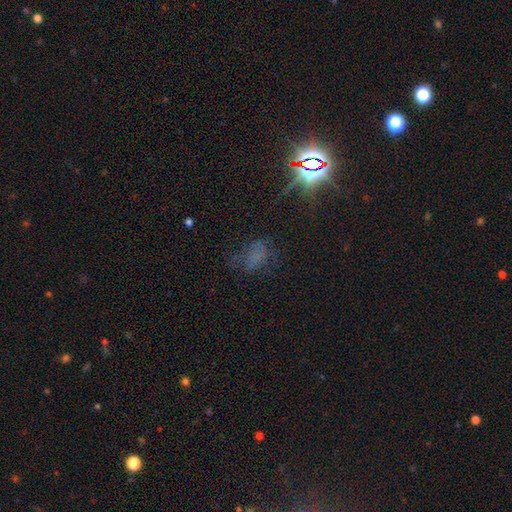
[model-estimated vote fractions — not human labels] Morphology: type=star or artifact (43%).